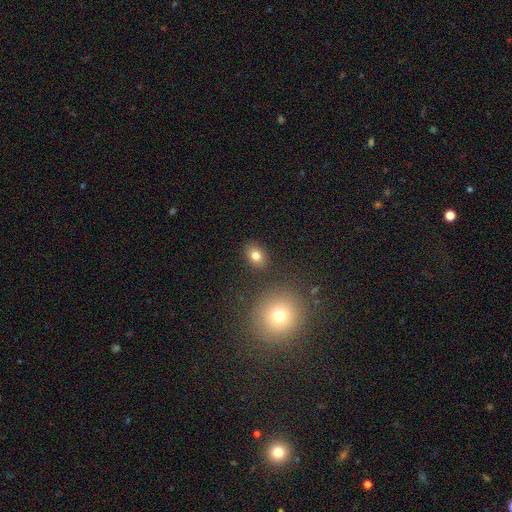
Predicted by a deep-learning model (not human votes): This appears to be a smooth galaxy with no disk features (79%) that is in between round and cigar-shaped (68%). Merging: none (84%).